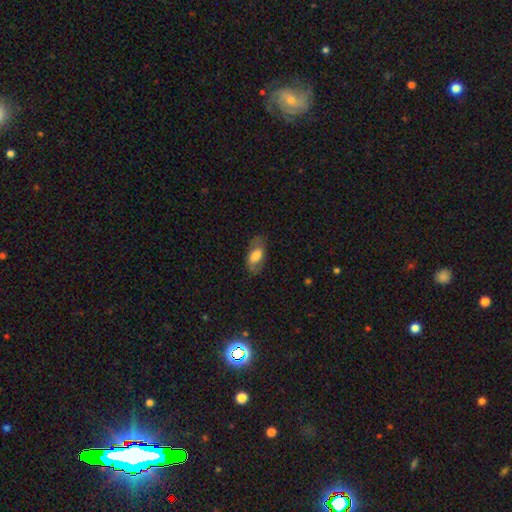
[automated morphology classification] smooth_or_featured: smooth (p=0.62) [alt: featured or disk p=0.31]
how_rounded: in between (p=0.89) [alt: cigar-shaped p=0.07]
merging: none (p=0.72) [alt: minor disturbance p=0.18]